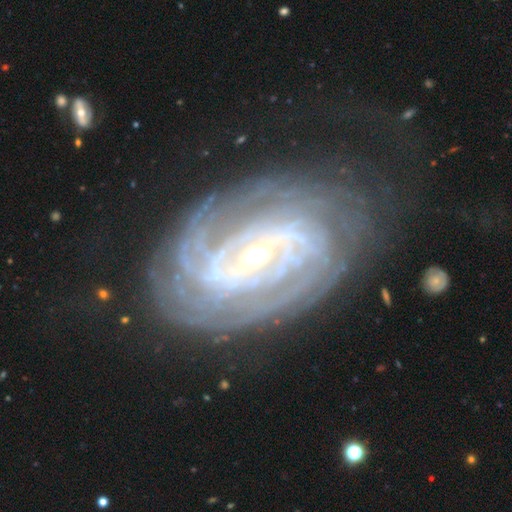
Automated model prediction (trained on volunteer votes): This is clearly a featured or disk galaxy (90%). It is clearly not viewed edge-on (96%). Bar: marginally strong (43%). Spiral arm pattern: clearly yes (98%). Spiral arm count: marginally can't tell (28%). Spiral winding: clearly tight (82%). Central bulge: possibly small (53%). Merging: likely none (74%).